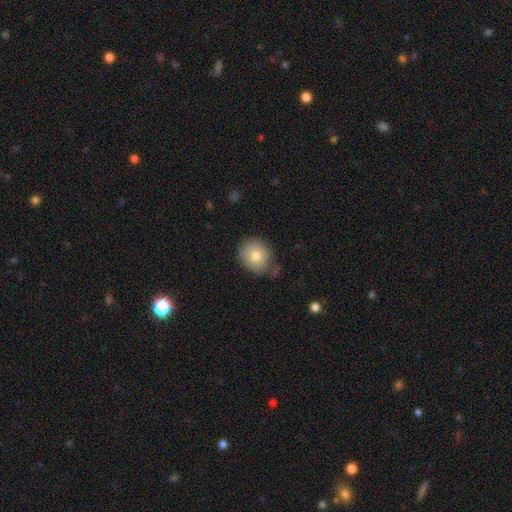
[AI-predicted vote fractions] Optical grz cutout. It shows a smooth galaxy with no disk features (78%) that is round (82%). Merging: none (76%).